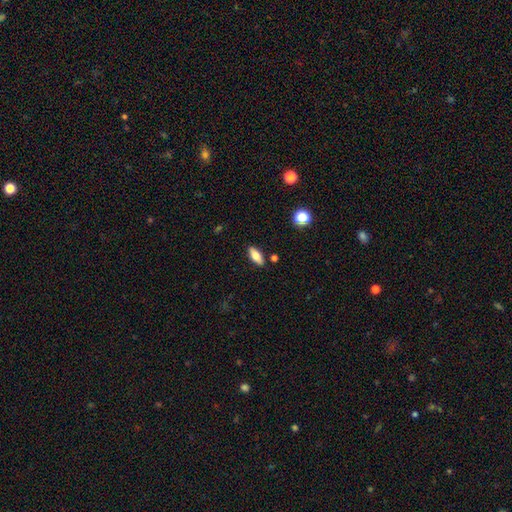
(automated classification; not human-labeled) The model was most divided on "smooth or featured": smooth: 72%, featured or disk: 21%, star or artifact: 7%. More confident: merging — none (86%); how rounded — in between (76%).